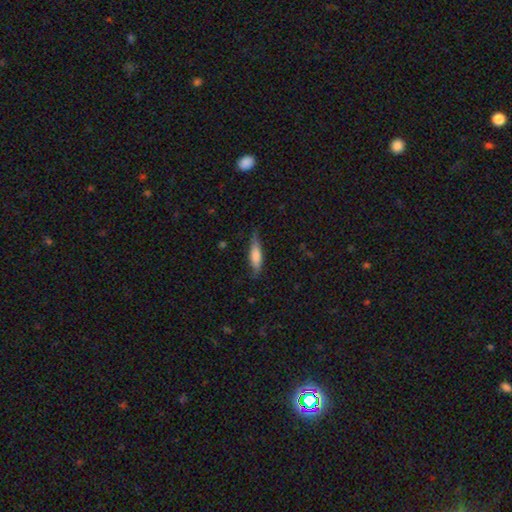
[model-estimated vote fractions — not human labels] A smooth galaxy with no disk features (70%) that is cigar-shaped (64%).

Vote fractions:
- Smooth or featured? smooth: 70% / featured or disk: 24% / star or artifact: 6%
- How rounded? cigar-shaped: 64% / in between: 34% / round: 2%
- Merging? none: 70% / minor disturbance: 24% / major disturbance: 5% / merger: 1%